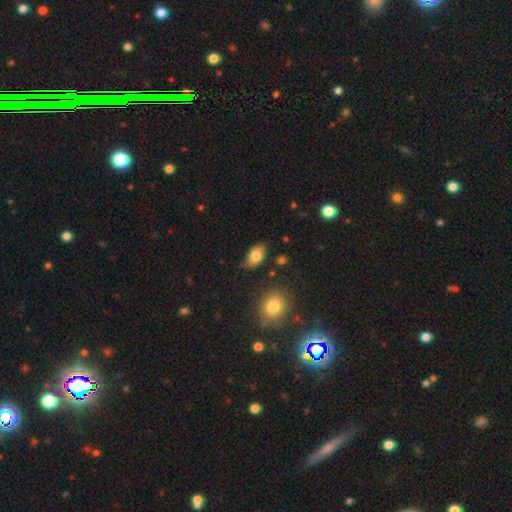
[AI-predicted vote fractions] This is clearly a smooth galaxy (80%). How rounded: clearly in between (91%). Merging: likely none (78%).